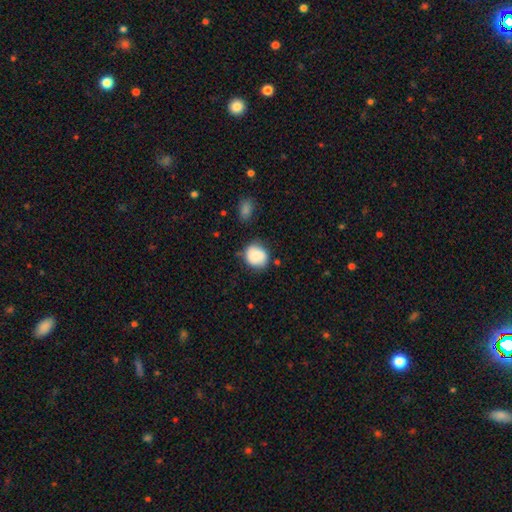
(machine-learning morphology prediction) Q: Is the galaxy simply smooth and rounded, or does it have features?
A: smooth — 80%.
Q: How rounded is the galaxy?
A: round — 72%.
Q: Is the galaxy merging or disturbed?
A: none — 69%.